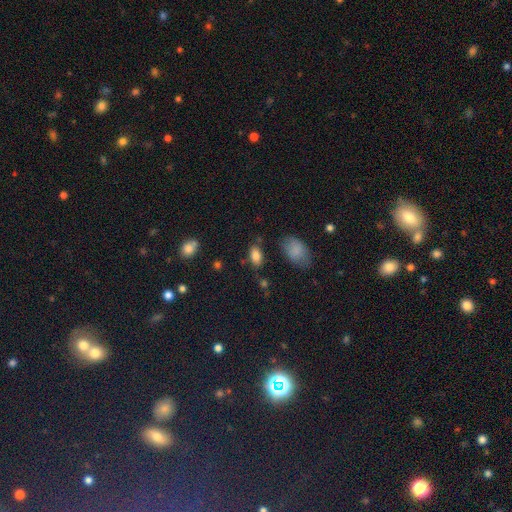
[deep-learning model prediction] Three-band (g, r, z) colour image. It shows a smooth galaxy with no disk features (83%) that is in between round and cigar-shaped (90%). Merging: none (75%).